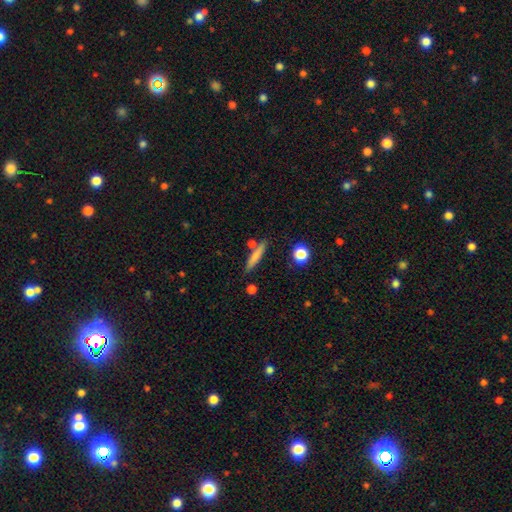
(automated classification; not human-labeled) Smooth or featured? smooth (72%)
How rounded? cigar-shaped (88%)
Merging? none (77%)